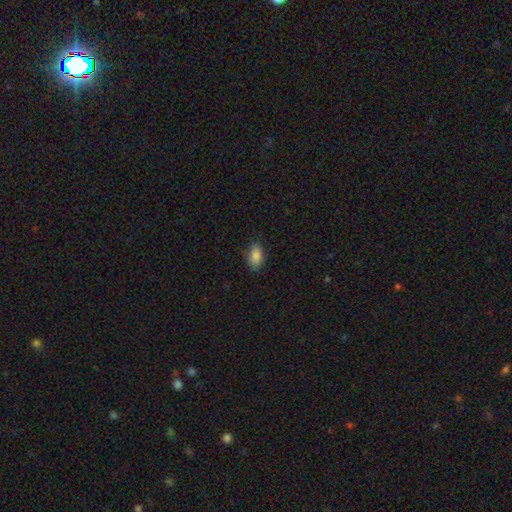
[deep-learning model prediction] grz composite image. It shows a smooth galaxy with no disk features (87%) that is in between round and cigar-shaped (88%). Merging: none (82%).